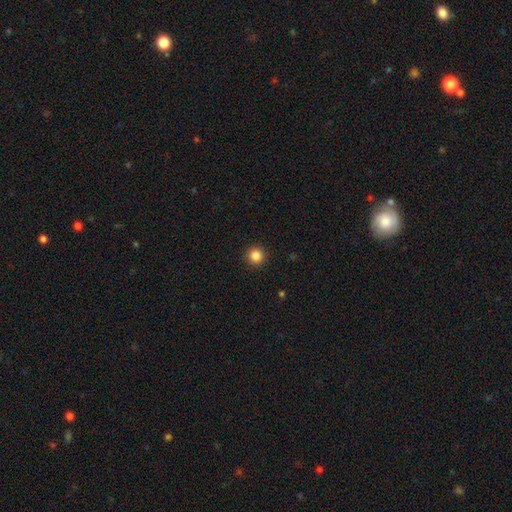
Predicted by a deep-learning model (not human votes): smooth-or-featured: smooth: 85% | star or artifact: 11% | featured or disk: 4%
  how-rounded: round: 96% | in between: 4% | cigar-shaped: 1%
  merging: none: 93% | minor disturbance: 5% | major disturbance: 2% | merger: 1%